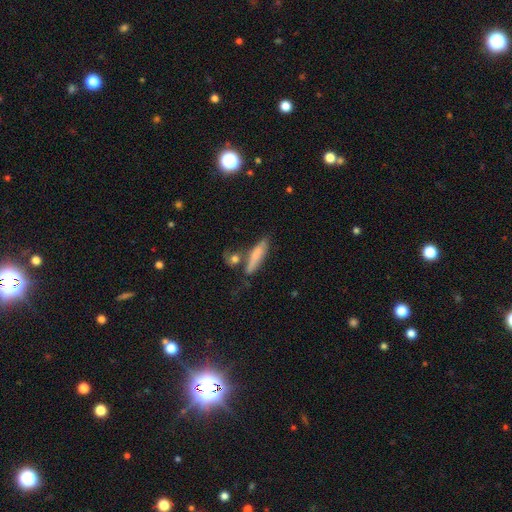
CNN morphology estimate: type=smooth (71%); roundness=cigar-shaped (76%); merging=none (60%).